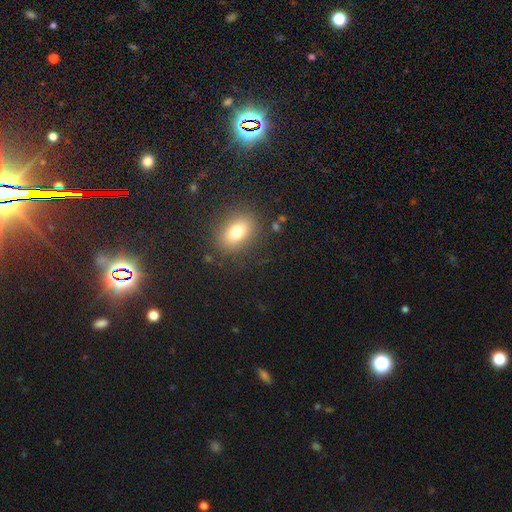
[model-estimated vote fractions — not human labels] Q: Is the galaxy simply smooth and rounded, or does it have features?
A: smooth — 53%.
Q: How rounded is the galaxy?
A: in between — 62%.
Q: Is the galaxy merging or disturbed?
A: none — 87%.